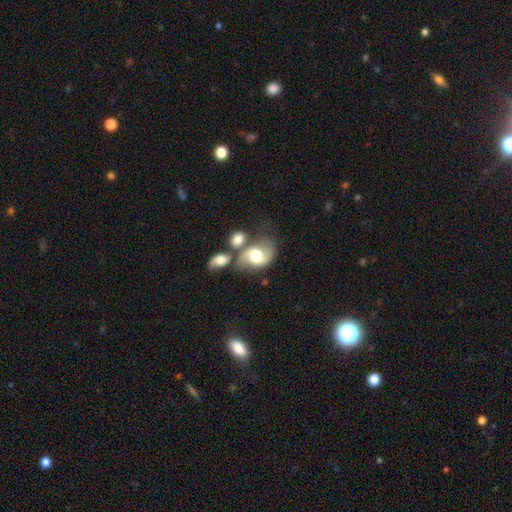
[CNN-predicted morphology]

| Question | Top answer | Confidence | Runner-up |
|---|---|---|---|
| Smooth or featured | featured or disk | 68% | smooth (25%) |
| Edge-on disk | no | 97% | yes (3%) |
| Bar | no | 56% | weak (36%) |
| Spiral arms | yes | 89% | no (11%) |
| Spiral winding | loose | 51% | medium (39%) |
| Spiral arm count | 2 | 89% | can't tell (4%) |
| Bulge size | moderate | 59% | large (30%) |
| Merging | none | 43% | merger (30%) |